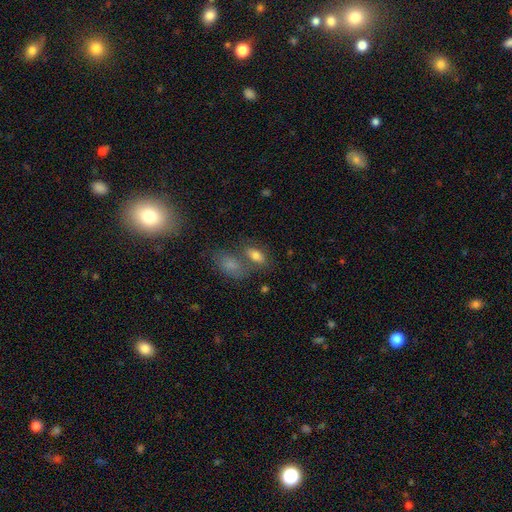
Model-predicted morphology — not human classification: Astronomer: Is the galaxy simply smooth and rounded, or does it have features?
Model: smooth — 77%.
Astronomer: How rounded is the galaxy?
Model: in between — 86%.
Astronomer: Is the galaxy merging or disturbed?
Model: none — 49% (runner-up: merger, 33%).